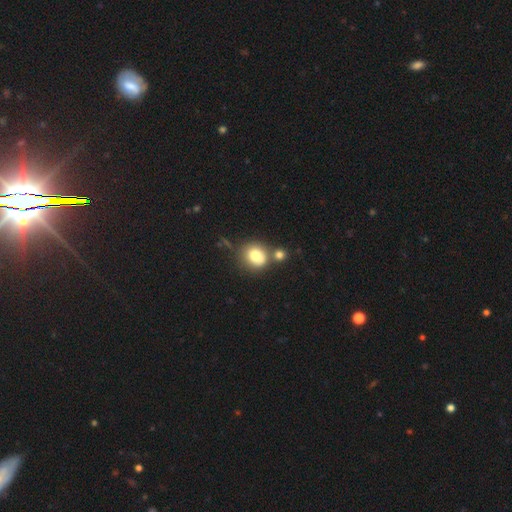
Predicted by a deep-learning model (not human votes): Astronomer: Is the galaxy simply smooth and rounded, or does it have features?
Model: smooth — 78%.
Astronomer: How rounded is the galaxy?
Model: round — 78%.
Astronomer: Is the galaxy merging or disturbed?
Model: none — 55%.